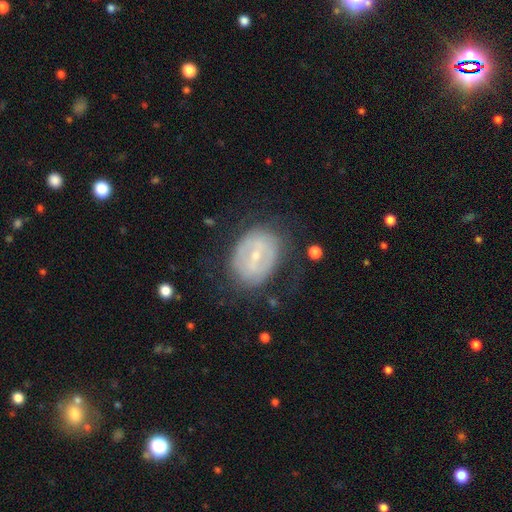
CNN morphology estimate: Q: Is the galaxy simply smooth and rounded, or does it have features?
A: featured or disk — 65%.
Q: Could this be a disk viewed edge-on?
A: no — 94%.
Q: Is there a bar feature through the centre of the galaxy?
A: weak — 44%.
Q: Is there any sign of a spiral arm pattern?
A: no — 59%.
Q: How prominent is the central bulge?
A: small — 68%.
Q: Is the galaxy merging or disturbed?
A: none — 67%.